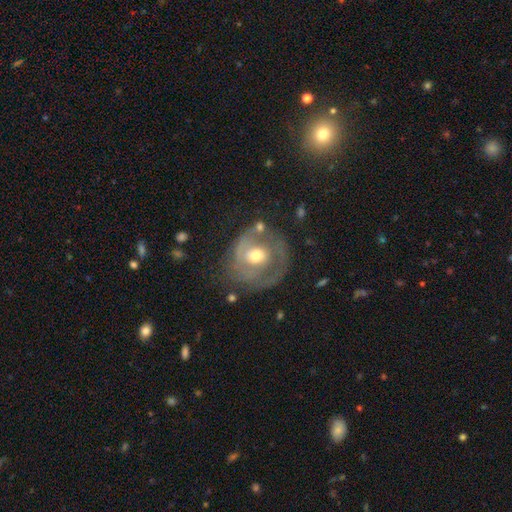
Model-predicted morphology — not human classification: A featured or disk galaxy (65%) with no bar (73%), spiral arms (59%) and a moderate central bulge (70%).

Vote fractions:
- Smooth or featured? featured or disk: 65% / smooth: 28% / star or artifact: 7%
- Edge-on disk? no: 97% / yes: 3%
- Bar? no: 73% / weak: 21% / strong: 6%
- Spiral arms? yes: 59% / no: 41%
- Bulge size? moderate: 70% / small: 18% / large: 9% / dominant: 1% / none: 1%
- Merging? none: 58% / minor disturbance: 21% / major disturbance: 17% / merger: 4%